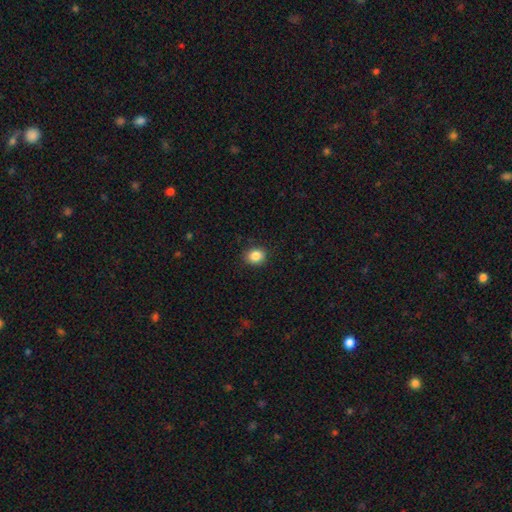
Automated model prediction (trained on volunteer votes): smooth 87%, star or artifact 9%, featured or disk 4%. Down the decision tree: how rounded — round (65%); merging — none (88%).